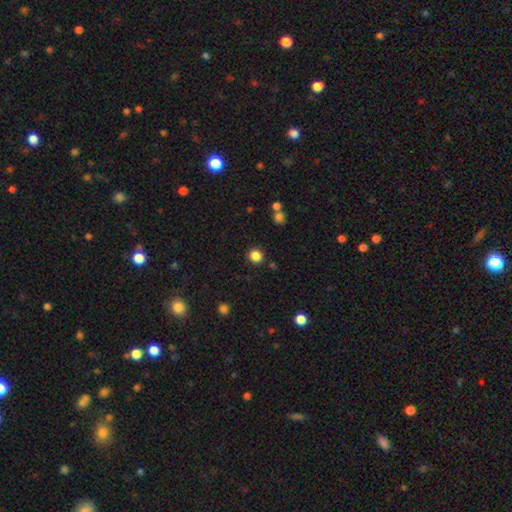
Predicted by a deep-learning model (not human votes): Q: Smooth or featured?
A: smooth (85%); runner-up: star or artifact (12%)
Q: How rounded?
A: round (90%); runner-up: in between (9%)
Q: Merging?
A: none (87%); runner-up: minor disturbance (7%)